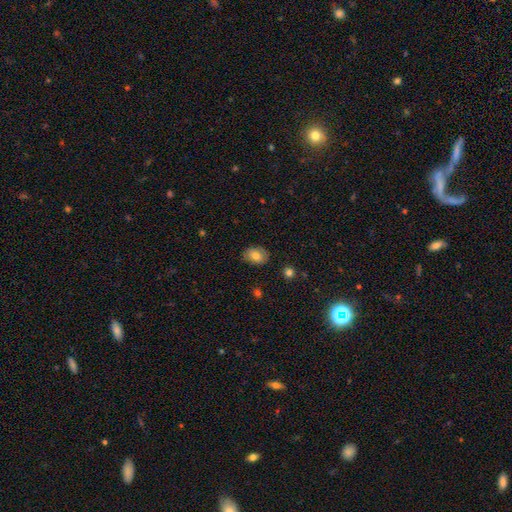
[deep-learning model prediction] Smooth or featured?
  - smooth: 73% *
  - featured or disk: 18%
  - star or artifact: 8%
How rounded?
  - in between: 76% *
  - round: 23%
  - cigar-shaped: 1%
Merging?
  - none: 81% *
  - minor disturbance: 14%
  - major disturbance: 3%
  - merger: 1%